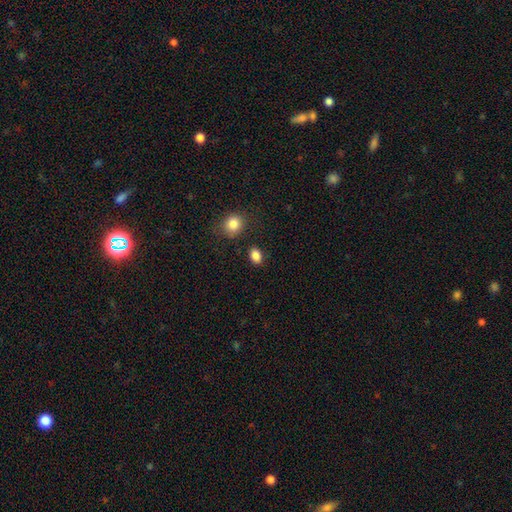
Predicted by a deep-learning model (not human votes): A smooth galaxy with no disk features (87%) that is in between round and cigar-shaped (71%).

Vote fractions:
- Smooth or featured? smooth: 87% / star or artifact: 10% / featured or disk: 4%
- How rounded? in between: 71% / round: 27% / cigar-shaped: 1%
- Merging? none: 83% / minor disturbance: 10% / merger: 4% / major disturbance: 3%